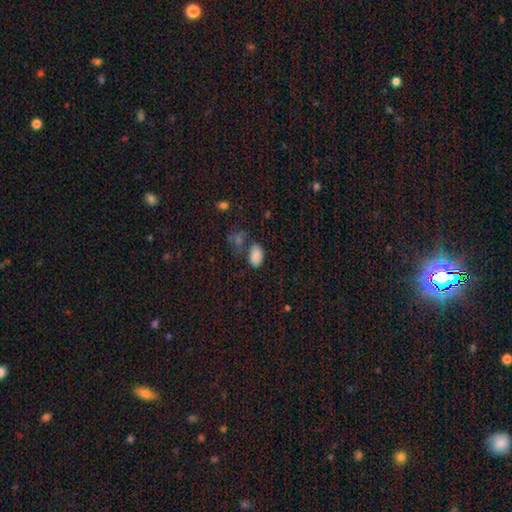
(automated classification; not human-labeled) This appears to be a smooth galaxy with no disk features (84%) that is in between round and cigar-shaped (92%). Merging: none (60%).